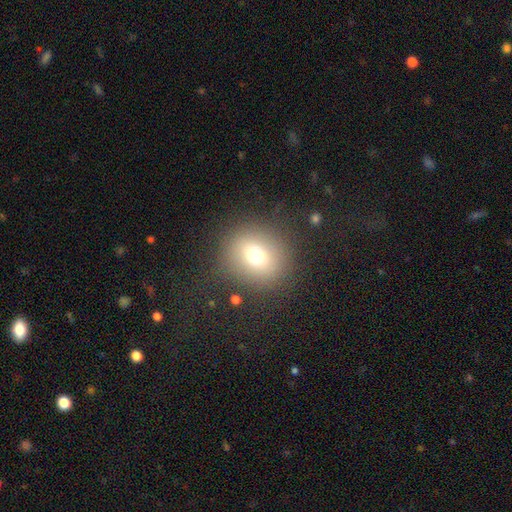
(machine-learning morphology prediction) Smooth or featured? smooth (69%)
How rounded? round (84%)
Merging? none (84%)